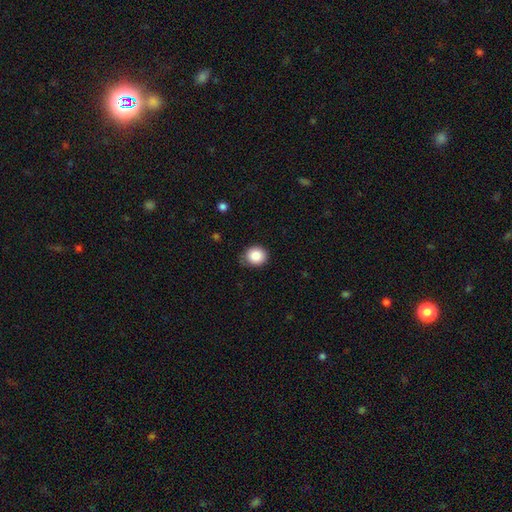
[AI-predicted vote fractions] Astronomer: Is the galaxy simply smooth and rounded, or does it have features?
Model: smooth — 86%.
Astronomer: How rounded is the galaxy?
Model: round — 80%.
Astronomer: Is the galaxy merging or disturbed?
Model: none — 77%.